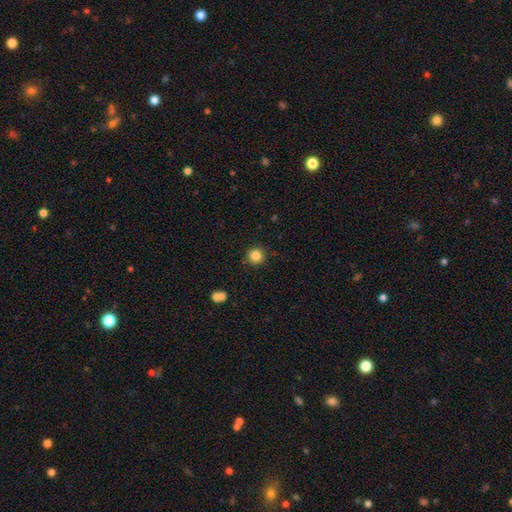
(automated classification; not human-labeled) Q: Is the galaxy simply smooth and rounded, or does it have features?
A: smooth — 84%.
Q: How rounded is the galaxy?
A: round — 95%.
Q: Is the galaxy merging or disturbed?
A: none — 90%.